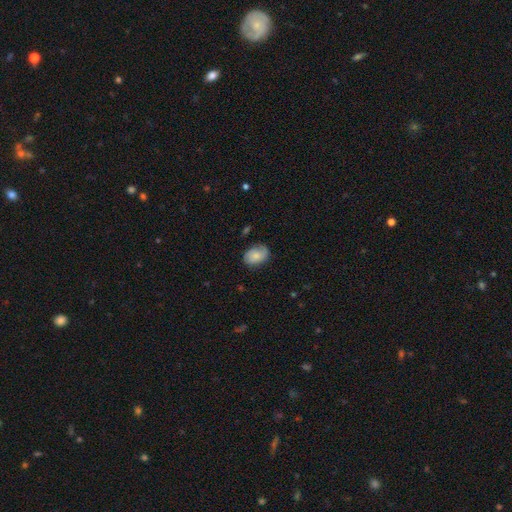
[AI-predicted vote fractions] The model was most divided on "smooth or featured": smooth: 67%, featured or disk: 25%, star or artifact: 8%. More confident: how rounded — in between (76%); merging — none (71%).